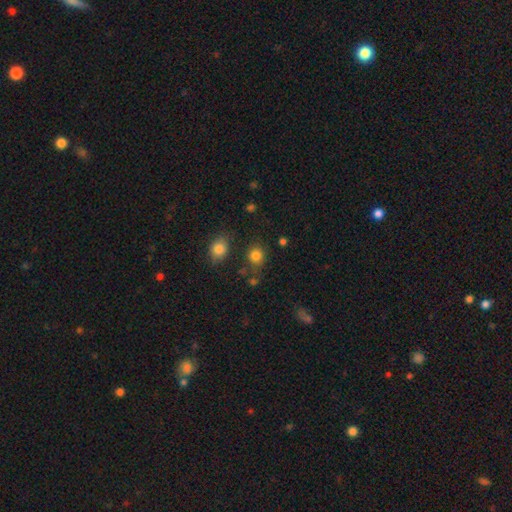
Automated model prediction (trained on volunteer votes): Q: Smooth or featured?
A: smooth (82%); runner-up: star or artifact (12%)
Q: How rounded?
A: round (79%); runner-up: in between (20%)
Q: Merging?
A: none (75%); runner-up: minor disturbance (13%)